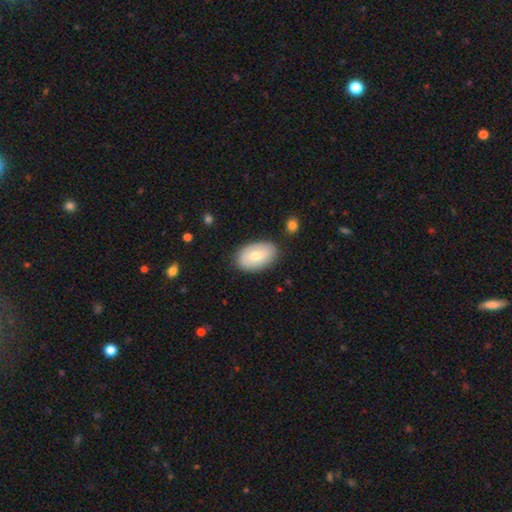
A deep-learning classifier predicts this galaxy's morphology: Q: Smooth or featured?
A: smooth (69%); runner-up: featured or disk (25%)
Q: How rounded?
A: in between (92%); runner-up: round (7%)
Q: Merging?
A: none (83%); runner-up: minor disturbance (12%)